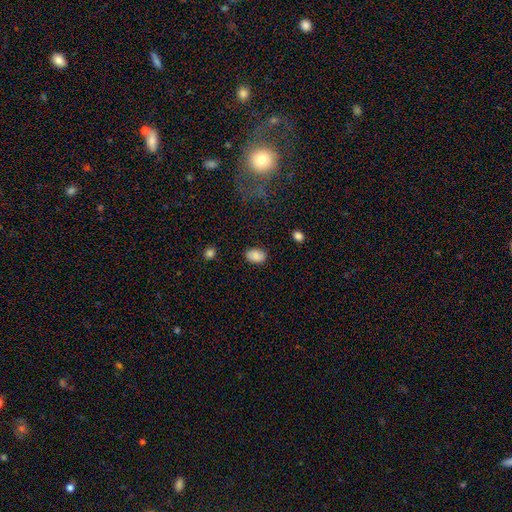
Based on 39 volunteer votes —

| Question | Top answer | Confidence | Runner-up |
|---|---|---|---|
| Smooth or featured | smooth | 90% | featured or disk (8%) |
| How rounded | in between | 83% | round (17%) |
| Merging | none | 97% | major disturbance (3%) |